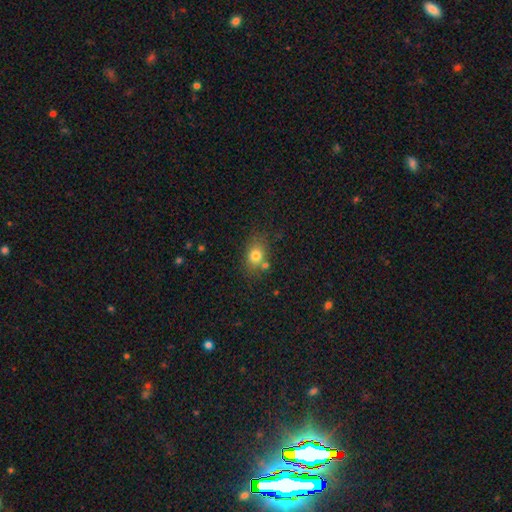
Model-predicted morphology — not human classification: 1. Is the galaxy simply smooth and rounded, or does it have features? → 78% smooth, 12% star or artifact, 10% featured or disk.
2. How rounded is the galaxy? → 56% in between, 42% round, 2% cigar-shaped.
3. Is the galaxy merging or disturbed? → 68% none, 15% minor disturbance, 12% merger, 5% major disturbance.